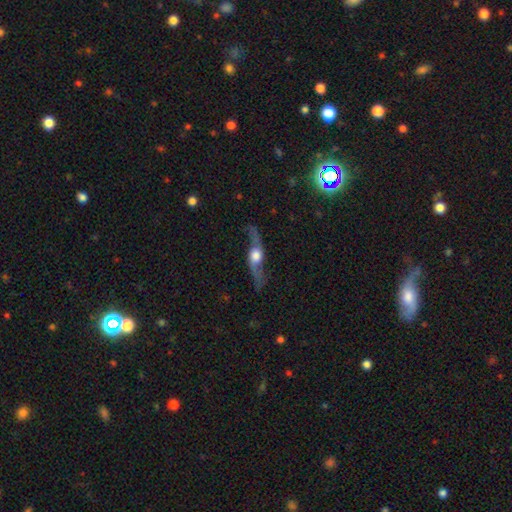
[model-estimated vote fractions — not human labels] Smooth or featured?
  - featured or disk: 75% *
  - smooth: 19%
  - star or artifact: 6%
Edge-on disk?
  - yes: 59% *
  - no: 41%
Merging?
  - none: 70% *
  - minor disturbance: 17%
  - major disturbance: 10%
  - merger: 2%